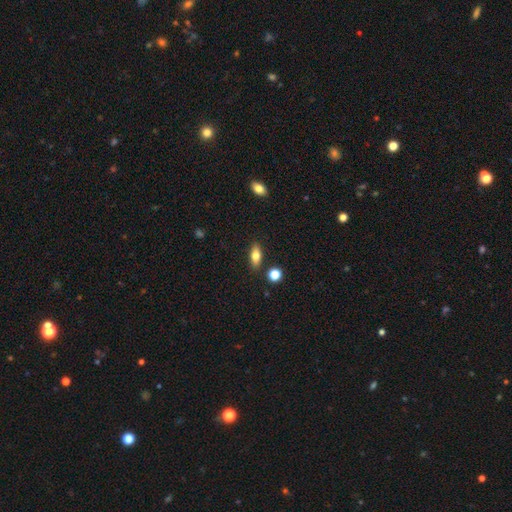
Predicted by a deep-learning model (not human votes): Smooth or featured: smooth — 72% (featured or disk — 20%)
How rounded: in between — 75% (cigar-shaped — 19%)
Merging: none — 85% (minor disturbance — 9%)